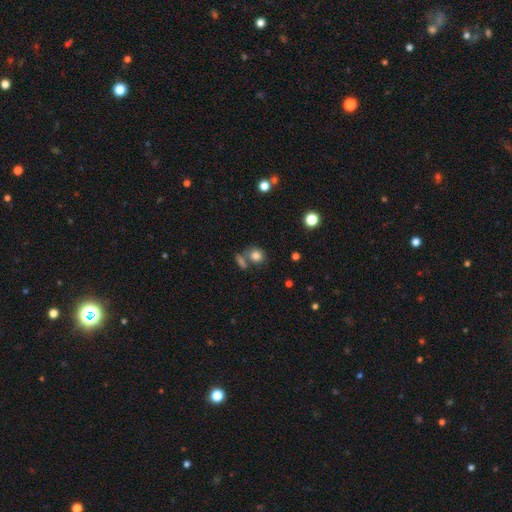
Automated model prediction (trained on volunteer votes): Smooth or featured?
  - smooth: 80% *
  - star or artifact: 12%
  - featured or disk: 8%
How rounded?
  - round: 73% *
  - in between: 26%
  - cigar-shaped: 2%
Merging?
  - none: 60% *
  - merger: 23%
  - minor disturbance: 12%
  - major disturbance: 5%